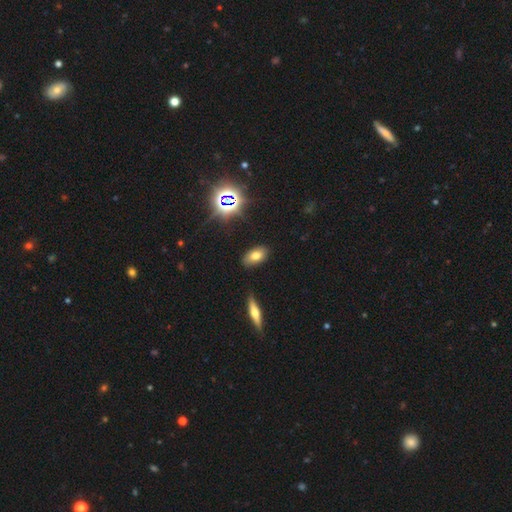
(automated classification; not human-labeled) Smooth or featured? smooth (70%)
How rounded? in between (90%)
Merging? none (86%)